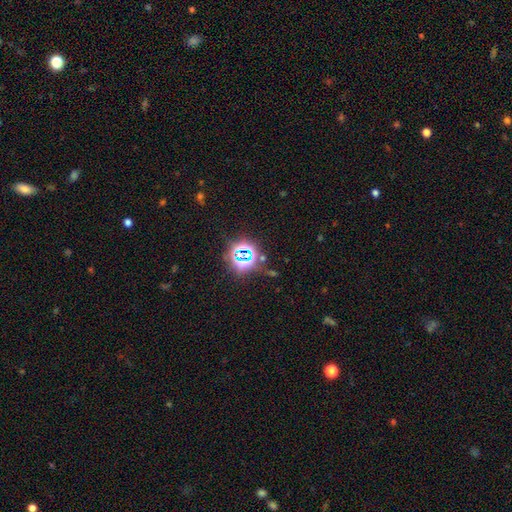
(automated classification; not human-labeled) smooth-or-featured: star or artifact: 77% | smooth: 15% | featured or disk: 8%